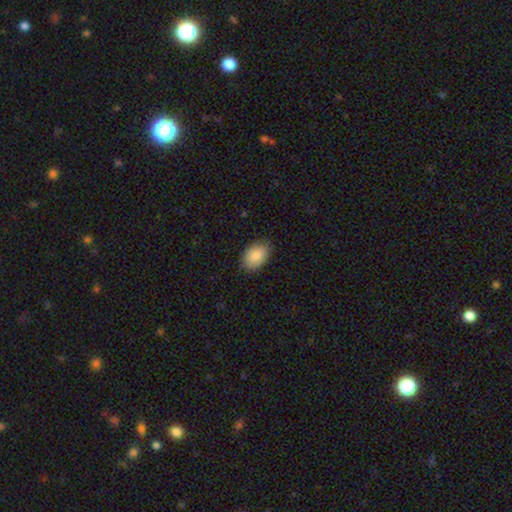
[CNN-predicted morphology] type=smooth (87%); roundness=in between (86%); merging=none (82%).